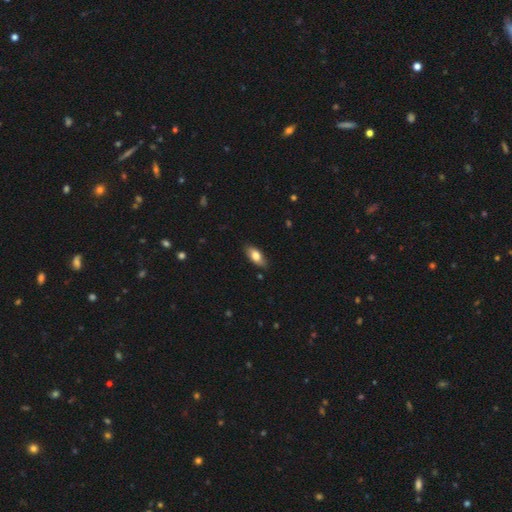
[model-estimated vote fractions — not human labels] smooth 74%, featured or disk 20%, star or artifact 6%. Down the decision tree: how rounded — in between (84%); merging — none (84%).